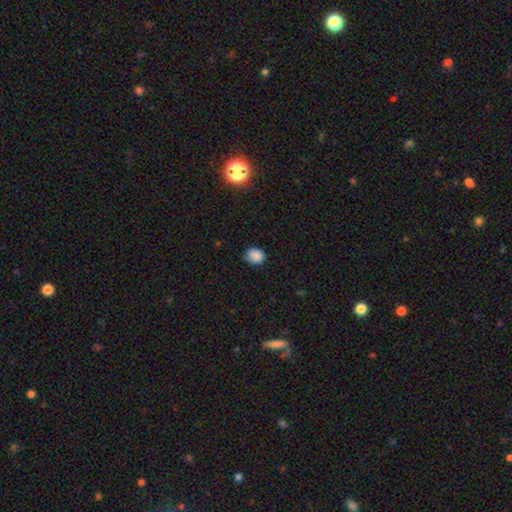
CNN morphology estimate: Smooth or featured?
  - smooth: 87% *
  - star or artifact: 10%
  - featured or disk: 3%
How rounded?
  - round: 59% *
  - in between: 40%
  - cigar-shaped: 1%
Merging?
  - none: 83% *
  - minor disturbance: 14%
  - major disturbance: 3%
  - merger: 1%